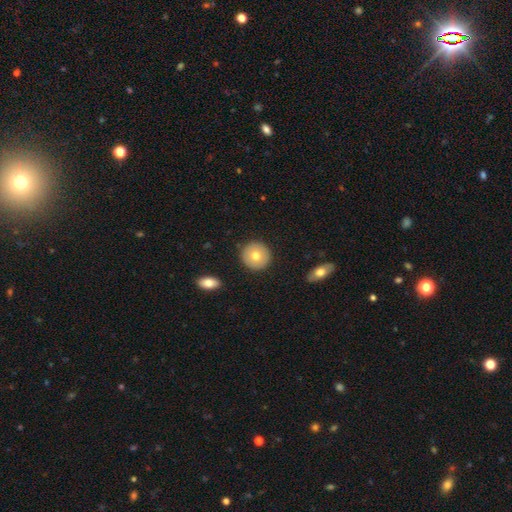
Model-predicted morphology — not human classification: smooth 73%, featured or disk 20%, star or artifact 7%. Down the decision tree: how rounded — round (94%); merging — none (92%).